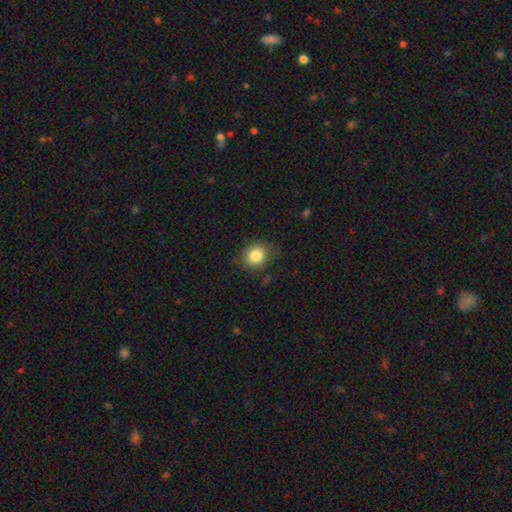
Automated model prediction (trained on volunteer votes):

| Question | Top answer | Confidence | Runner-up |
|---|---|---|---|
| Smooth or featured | smooth | 83% | star or artifact (10%) |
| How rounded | round | 73% | in between (26%) |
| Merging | none | 79% | minor disturbance (15%) |